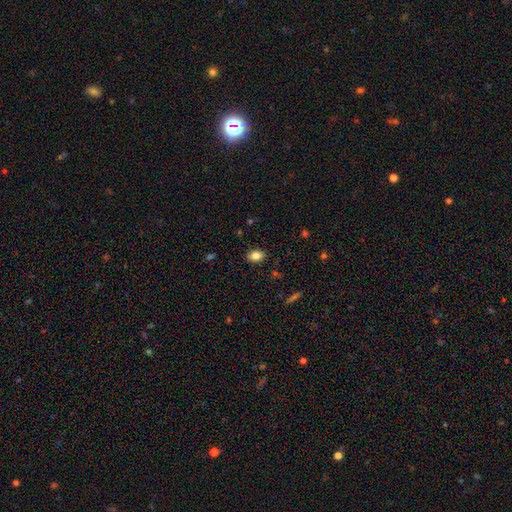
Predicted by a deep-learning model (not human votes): Smooth or featured? Predicted: smooth (p=0.84). How rounded? Predicted: in between (p=0.78). Merging? Predicted: none (p=0.87).